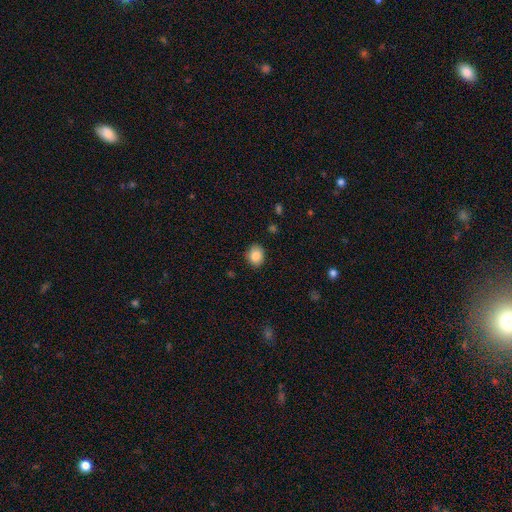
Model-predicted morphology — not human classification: The model was most divided on "how rounded": round: 56%, in between: 43%, cigar-shaped: 1%. More confident: smooth or featured — smooth (86%); merging — none (86%).